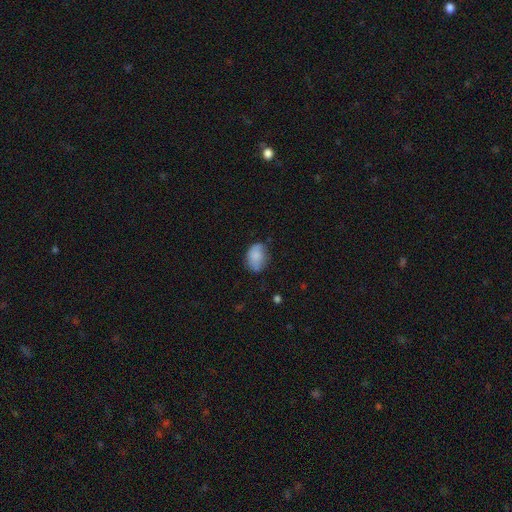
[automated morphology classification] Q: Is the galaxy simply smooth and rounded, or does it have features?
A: smooth — 81%.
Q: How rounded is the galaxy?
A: in between — 75%.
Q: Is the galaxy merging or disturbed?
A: none — 60%.